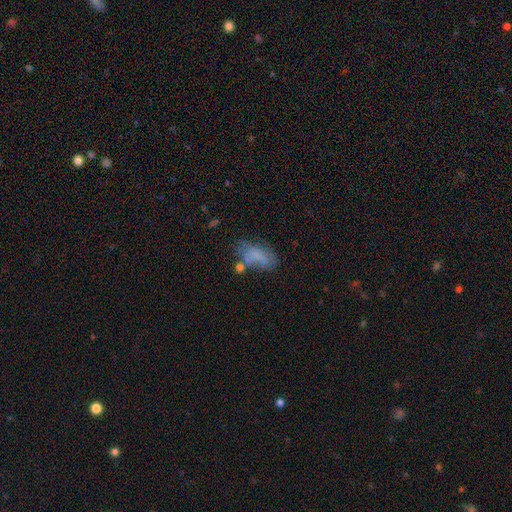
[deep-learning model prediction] Smooth or featured?
  - smooth: 62% *
  - featured or disk: 27%
  - star or artifact: 12%
How rounded?
  - in between: 89% *
  - round: 7%
  - cigar-shaped: 5%
Merging?
  - none: 37% *
  - minor disturbance: 26%
  - major disturbance: 22%
  - merger: 15%